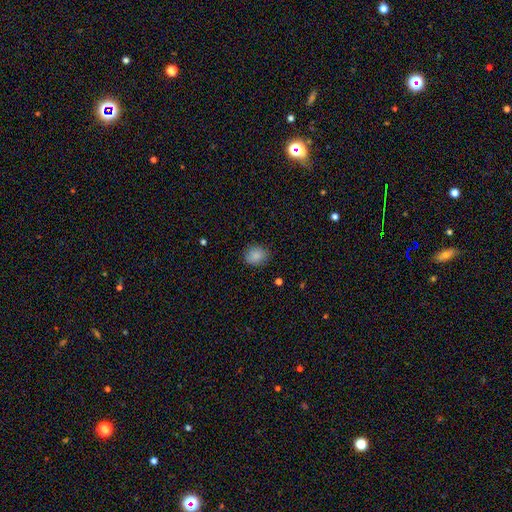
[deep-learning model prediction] Smooth or featured? Predicted: smooth (p=0.87). How rounded? Predicted: round (p=0.63). Merging? Predicted: none (p=0.85).